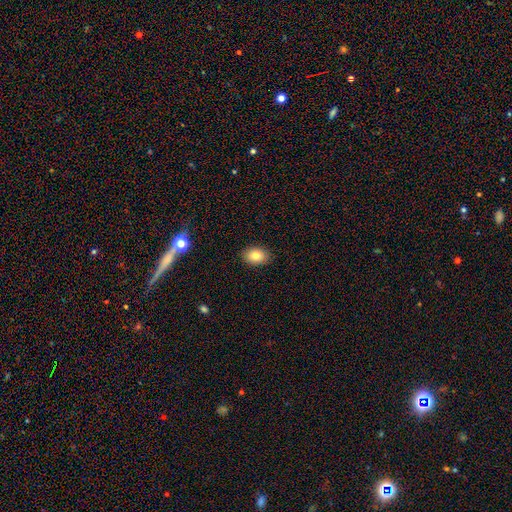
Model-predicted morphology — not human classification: This is clearly a smooth galaxy (83%). How rounded: clearly in between (82%). Merging: clearly none (89%).